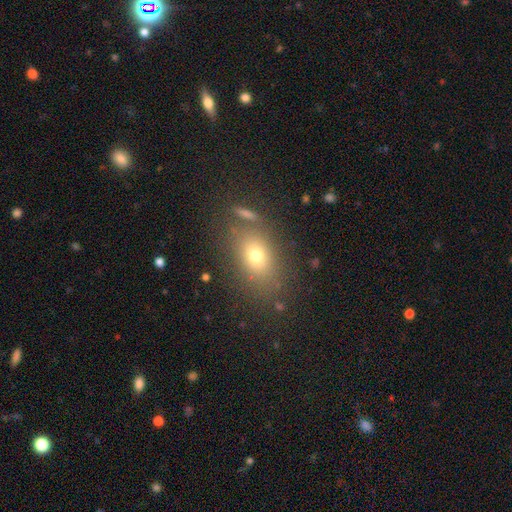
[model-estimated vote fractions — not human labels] Smooth or featured?
  - smooth: 71% *
  - star or artifact: 15%
  - featured or disk: 14%
How rounded?
  - in between: 74% *
  - round: 24%
  - cigar-shaped: 2%
Merging?
  - none: 76% *
  - minor disturbance: 12%
  - merger: 7%
  - major disturbance: 6%